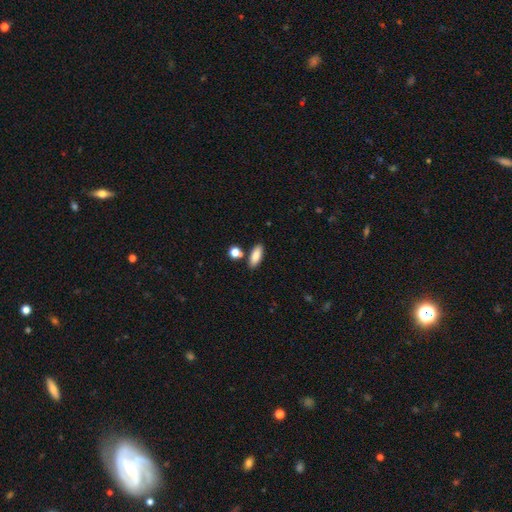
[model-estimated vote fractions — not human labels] Q: Smooth or featured?
A: smooth (86%); runner-up: star or artifact (7%)
Q: How rounded?
A: in between (77%); runner-up: cigar-shaped (19%)
Q: Merging?
A: none (79%); runner-up: minor disturbance (10%)